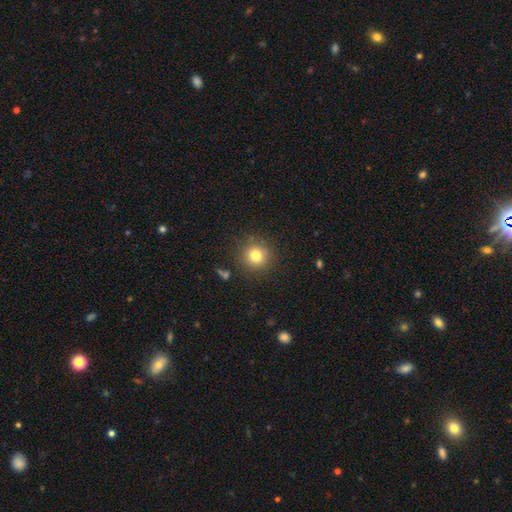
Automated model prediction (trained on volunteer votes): Smooth or featured? Predicted: smooth (p=0.79). How rounded? Predicted: round (p=0.94). Merging? Predicted: none (p=0.88).